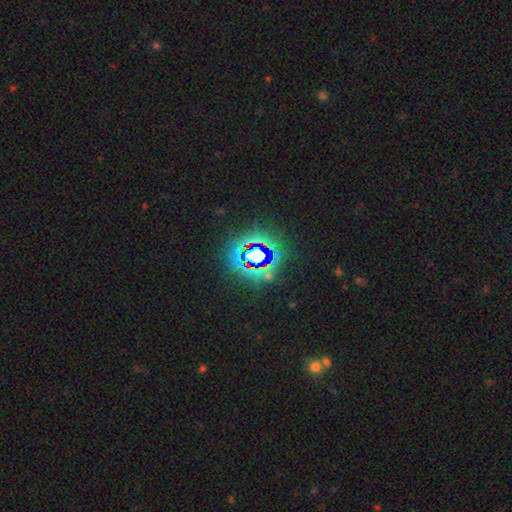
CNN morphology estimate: star or artifact 78%, smooth 13%, featured or disk 10%.